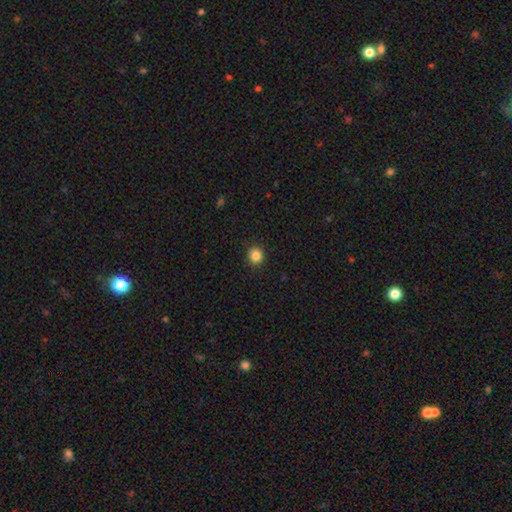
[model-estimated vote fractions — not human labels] smooth_or_featured: smooth (p=0.85) [alt: star or artifact p=0.11]
how_rounded: round (p=0.91) [alt: in between p=0.08]
merging: none (p=0.92) [alt: minor disturbance p=0.05]